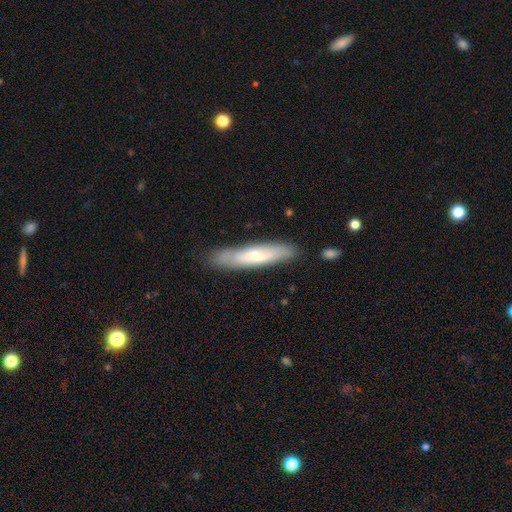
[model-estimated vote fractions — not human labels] Q: Smooth or featured?
A: smooth (60%); runner-up: featured or disk (34%)
Q: How rounded?
A: cigar-shaped (83%); runner-up: in between (15%)
Q: Merging?
A: none (81%); runner-up: minor disturbance (14%)